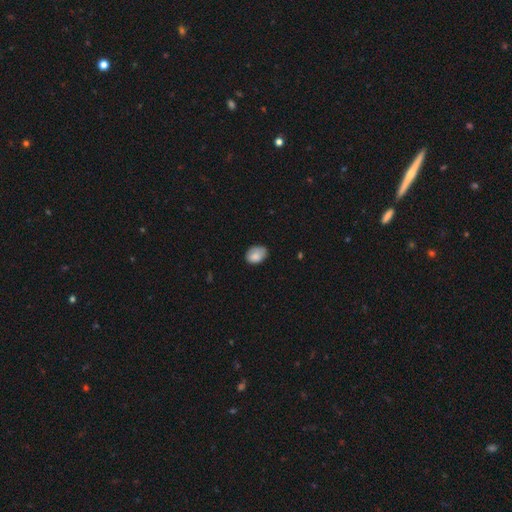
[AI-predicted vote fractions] Q: Smooth or featured?
A: smooth (83%); runner-up: featured or disk (10%)
Q: How rounded?
A: in between (78%); runner-up: round (21%)
Q: Merging?
A: none (64%); runner-up: minor disturbance (29%)